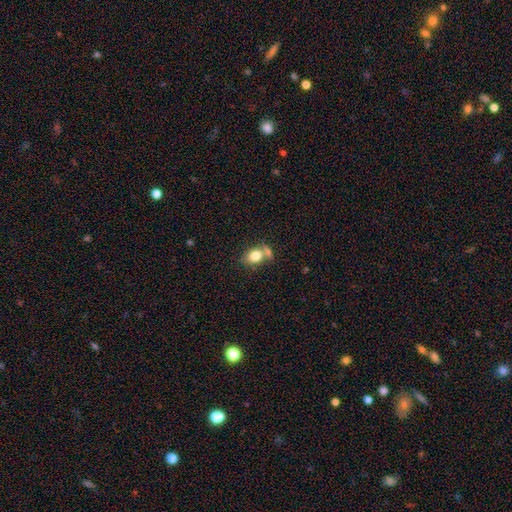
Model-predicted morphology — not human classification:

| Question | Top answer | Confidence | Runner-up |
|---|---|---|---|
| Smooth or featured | smooth | 79% | featured or disk (12%) |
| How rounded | in between | 68% | round (30%) |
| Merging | none | 46% | merger (33%) |